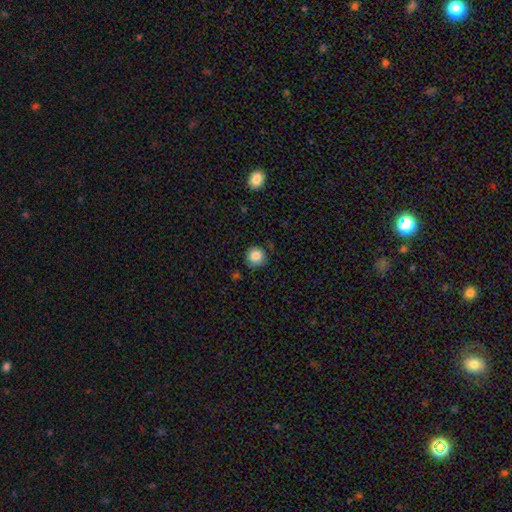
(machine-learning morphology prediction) A smooth galaxy with no disk features (84%) that is round (93%). Merging: none (80%).